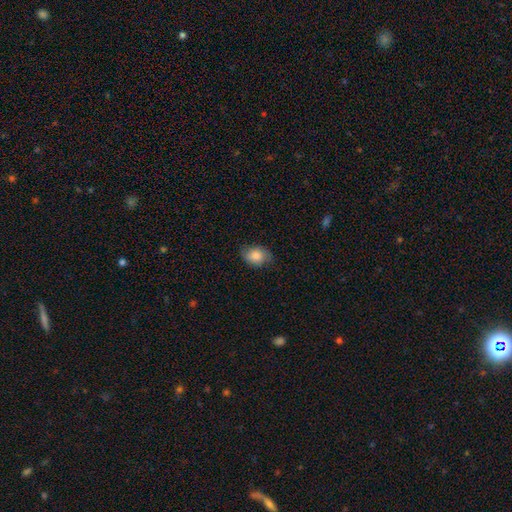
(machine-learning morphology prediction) Smooth or featured: smooth — 79% (featured or disk — 14%)
How rounded: in between — 69% (round — 30%)
Merging: none — 74% (minor disturbance — 21%)